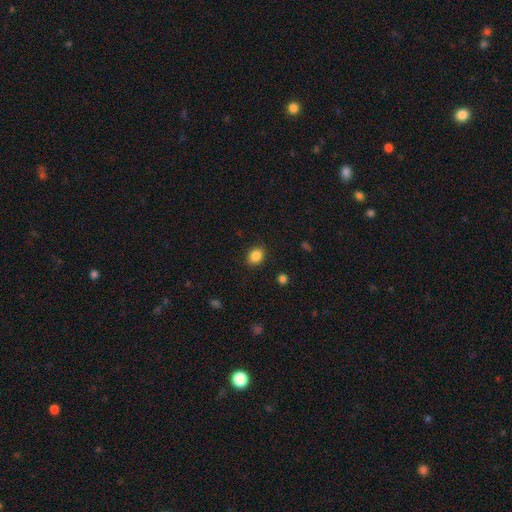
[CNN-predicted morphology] Smooth or featured? Predicted: smooth (p=0.86). How rounded? Predicted: in between (p=0.51). Merging? Predicted: none (p=0.87).